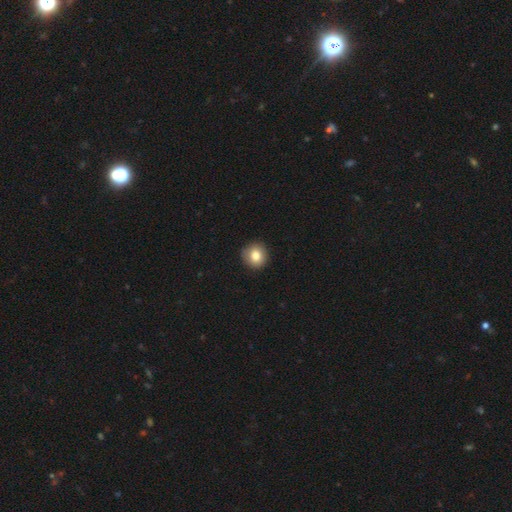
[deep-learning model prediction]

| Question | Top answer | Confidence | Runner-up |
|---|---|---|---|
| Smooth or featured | smooth | 82% | star or artifact (9%) |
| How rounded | round | 91% | in between (8%) |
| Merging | none | 90% | minor disturbance (7%) |